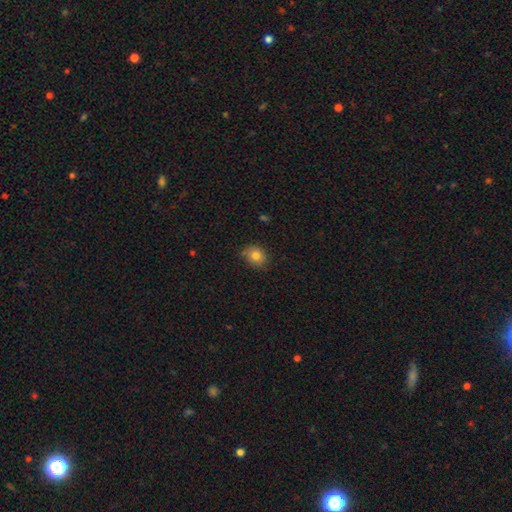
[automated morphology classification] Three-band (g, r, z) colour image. It shows a smooth galaxy with no disk features (81%) that is round (67%). Merging: none (77%).